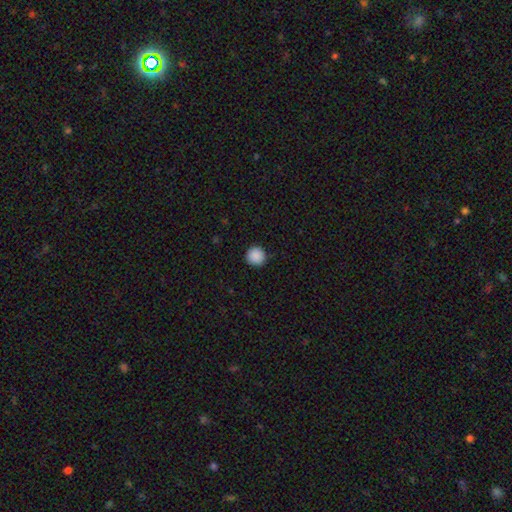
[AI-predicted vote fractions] Morphology: type=smooth (89%); roundness=round (96%); merging=none (92%).